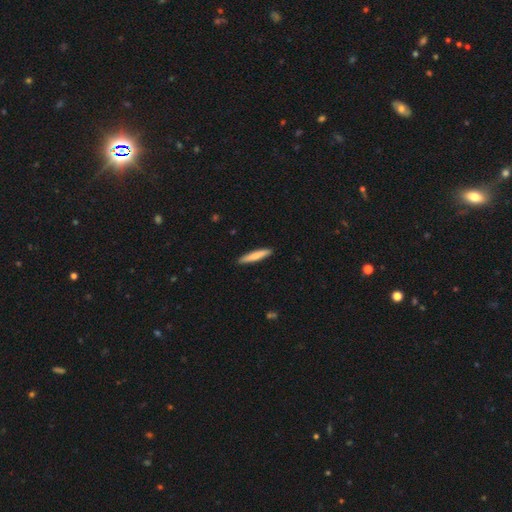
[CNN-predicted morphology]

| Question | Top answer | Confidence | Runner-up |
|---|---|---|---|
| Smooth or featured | smooth | 75% | featured or disk (20%) |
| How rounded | cigar-shaped | 92% | in between (7%) |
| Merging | none | 91% | minor disturbance (6%) |